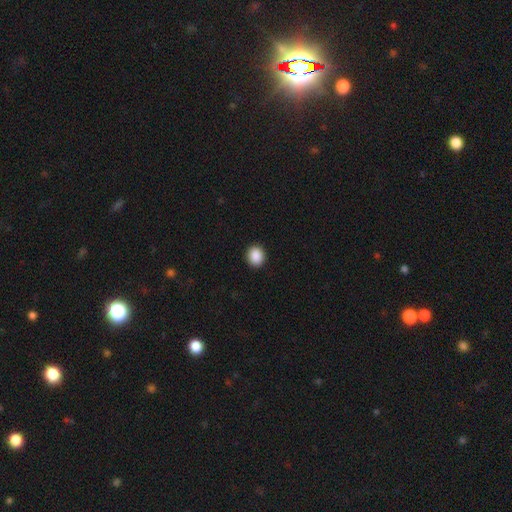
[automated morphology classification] The model was most divided on "how rounded": round: 69%, in between: 30%, cigar-shaped: 1%. More confident: merging — none (92%); smooth or featured — smooth (89%).